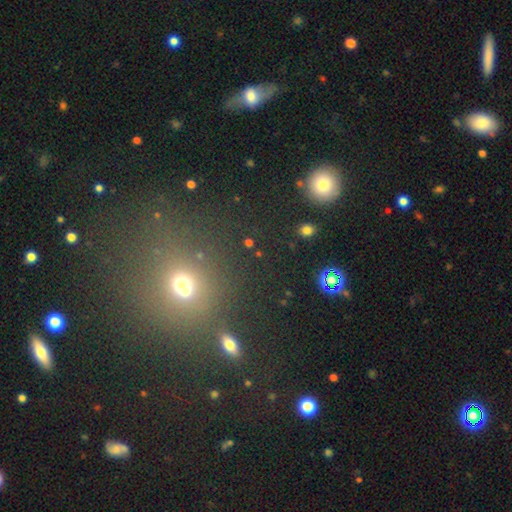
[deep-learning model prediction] Morphology: type=smooth (46%); merging=none (81%).